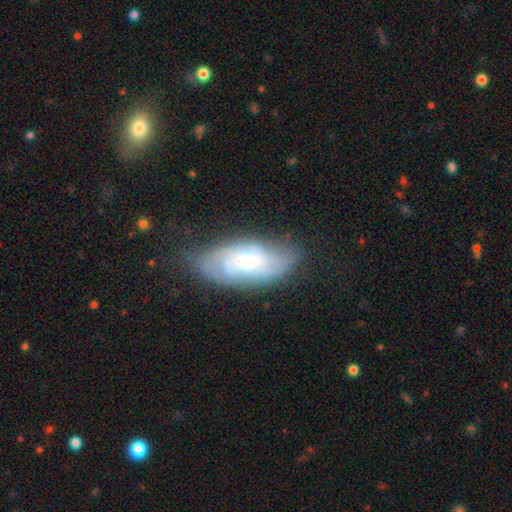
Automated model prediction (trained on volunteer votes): Smooth or featured: featured or disk — 60% (smooth — 32%)
Edge-on disk: no — 90% (yes — 10%)
Bar: no — 58% (weak — 35%)
Spiral arms: yes — 76% (no — 24%)
Bulge size: small — 46% (moderate — 42%)
Merging: none — 61% (minor disturbance — 25%)